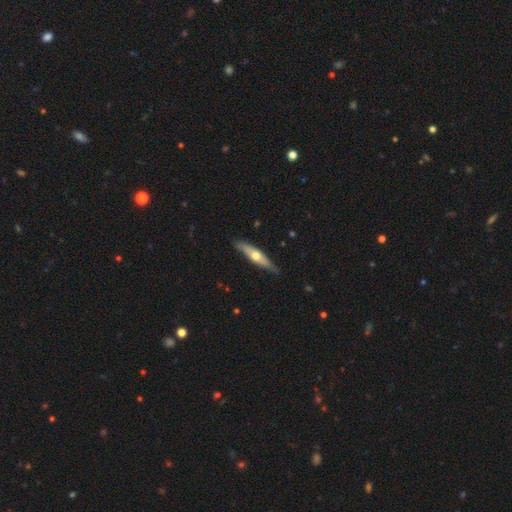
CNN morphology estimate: A featured or disk galaxy (54%) viewed edge-on (86%). Merging: none (82%).